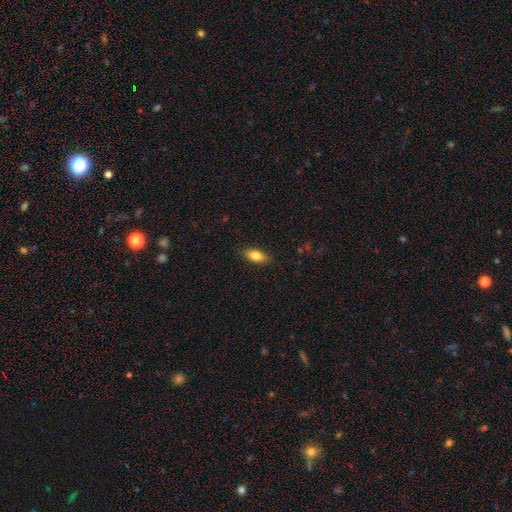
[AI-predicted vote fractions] Smooth or featured? smooth (81%)
How rounded? in between (85%)
Merging? none (87%)